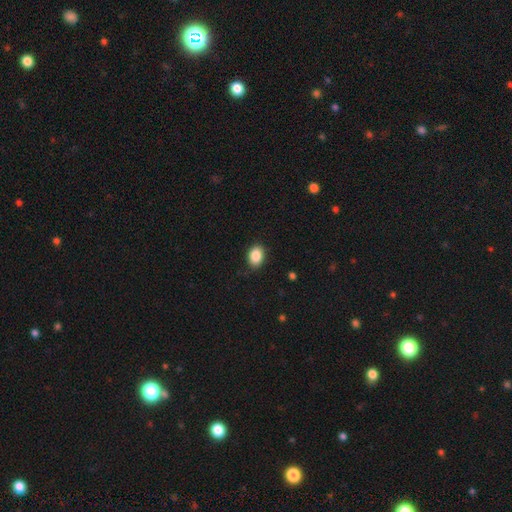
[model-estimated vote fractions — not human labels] smooth_or_featured: smooth (p=0.87) [alt: star or artifact p=0.08]
how_rounded: in between (p=0.73) [alt: round p=0.26]
merging: none (p=0.85) [alt: minor disturbance p=0.11]